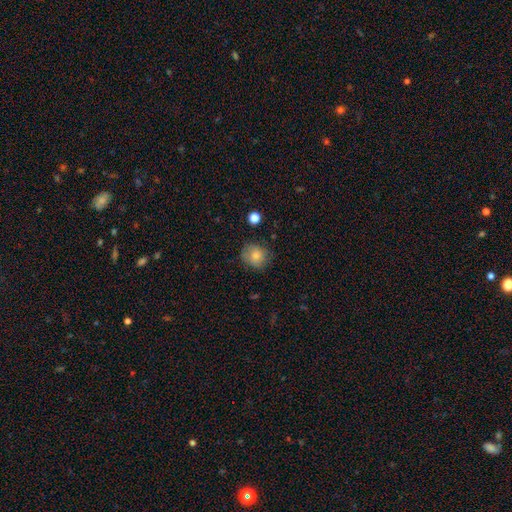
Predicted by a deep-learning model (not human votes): This appears to be a smooth galaxy with no disk features (80%) that is round (80%). Merging: none (75%).